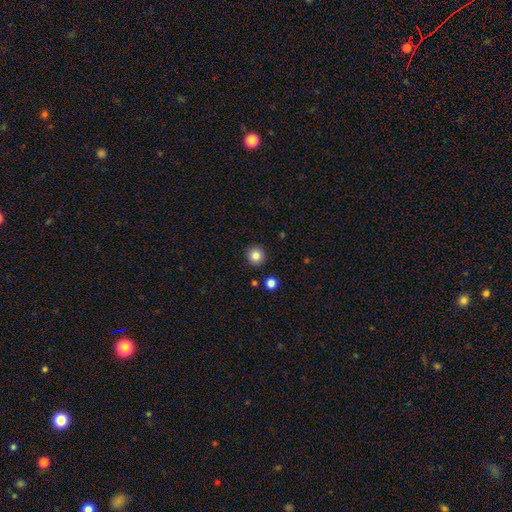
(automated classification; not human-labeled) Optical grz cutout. It shows a smooth galaxy with no disk features (85%) that is round (94%). Merging: none (92%).